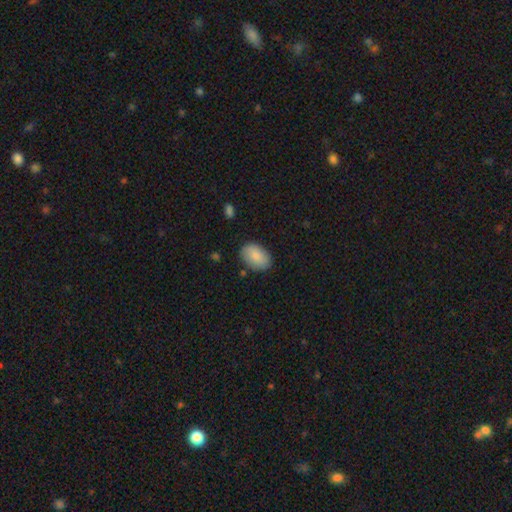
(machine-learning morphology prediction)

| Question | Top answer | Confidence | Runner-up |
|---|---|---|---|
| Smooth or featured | smooth | 86% | featured or disk (7%) |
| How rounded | in between | 87% | round (12%) |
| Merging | none | 82% | minor disturbance (13%) |